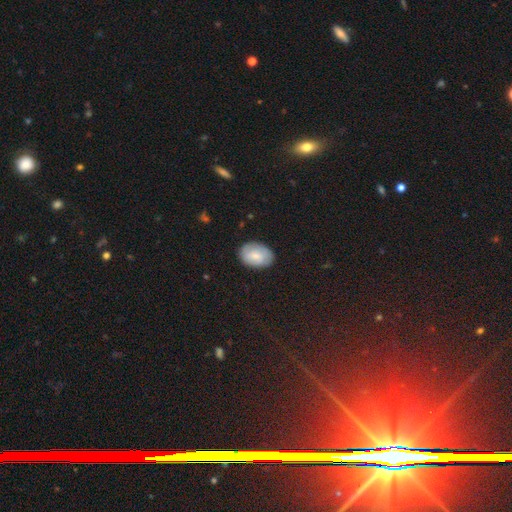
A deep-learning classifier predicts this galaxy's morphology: type=smooth (73%); roundness=in between (81%); merging=none (81%).